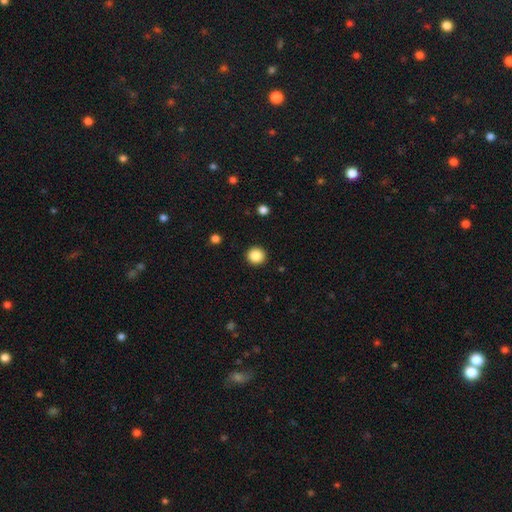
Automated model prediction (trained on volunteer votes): Smooth or featured? Predicted: smooth (p=0.88). How rounded? Predicted: round (p=0.94). Merging? Predicted: none (p=0.92).